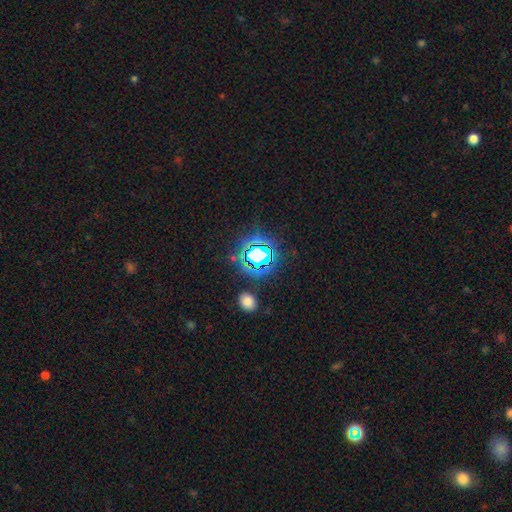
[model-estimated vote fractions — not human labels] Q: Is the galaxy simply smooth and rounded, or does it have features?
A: star or artifact — 70%.